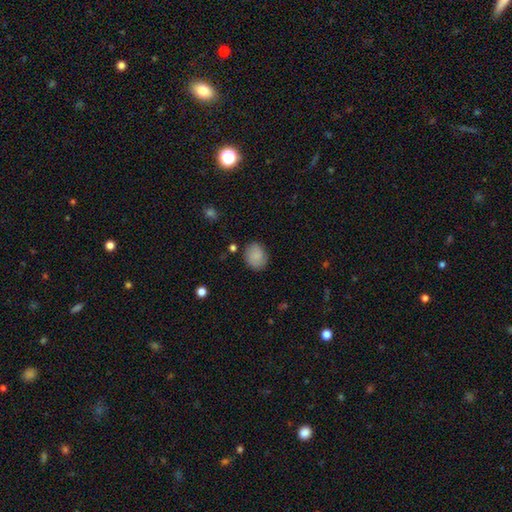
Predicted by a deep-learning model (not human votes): Smooth or featured? Predicted: smooth (p=0.86). How rounded? Predicted: round (p=0.58). Merging? Predicted: none (p=0.81).